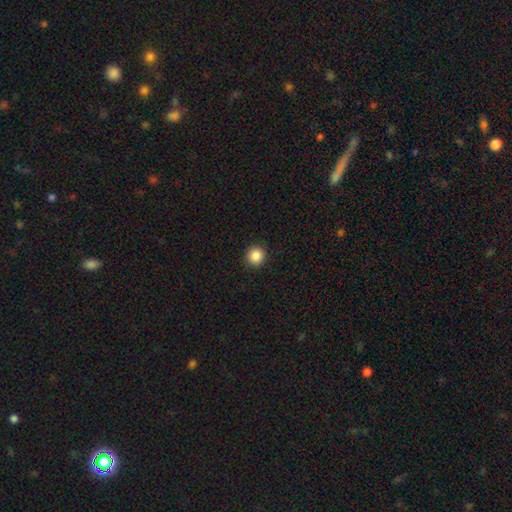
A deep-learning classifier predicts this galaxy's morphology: Smooth or featured: smooth — 87% (star or artifact — 10%)
How rounded: round — 93% (in between — 6%)
Merging: none — 92% (minor disturbance — 5%)